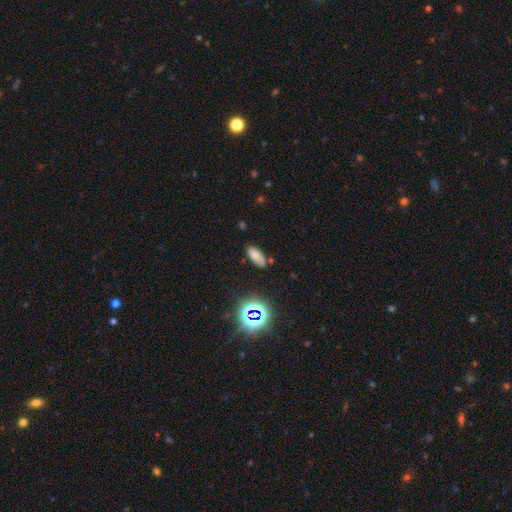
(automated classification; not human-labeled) smooth-or-featured: smooth: 71% | star or artifact: 17% | featured or disk: 12%
  how-rounded: in between: 83% | cigar-shaped: 13% | round: 4%
  merging: none: 76% | minor disturbance: 17% | major disturbance: 4% | merger: 3%